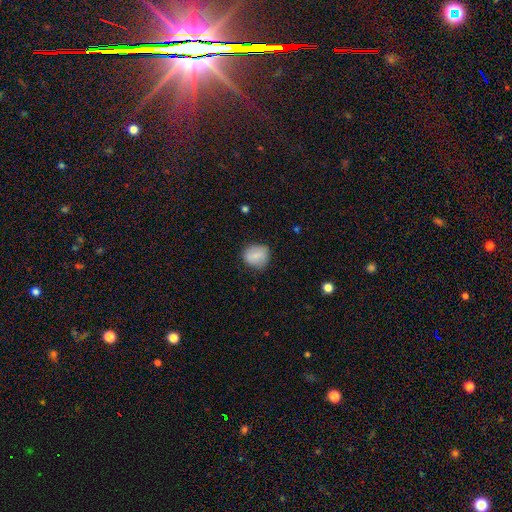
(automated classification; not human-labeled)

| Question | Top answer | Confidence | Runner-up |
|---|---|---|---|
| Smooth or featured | smooth | 81% | featured or disk (12%) |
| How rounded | round | 74% | in between (25%) |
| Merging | none | 74% | minor disturbance (20%) |